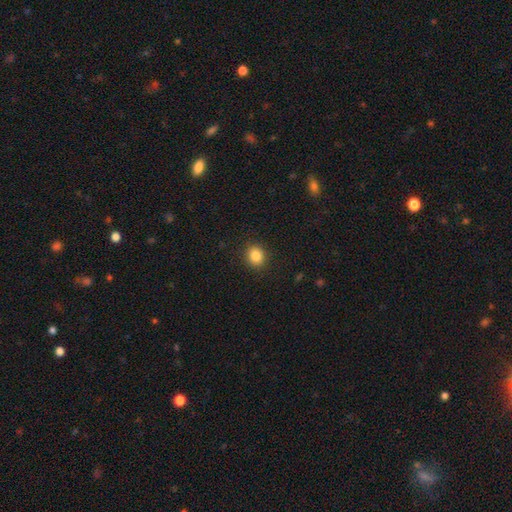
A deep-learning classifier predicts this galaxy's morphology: This appears to be a smooth galaxy with no disk features (85%) that is round (74%). Merging: none (91%).